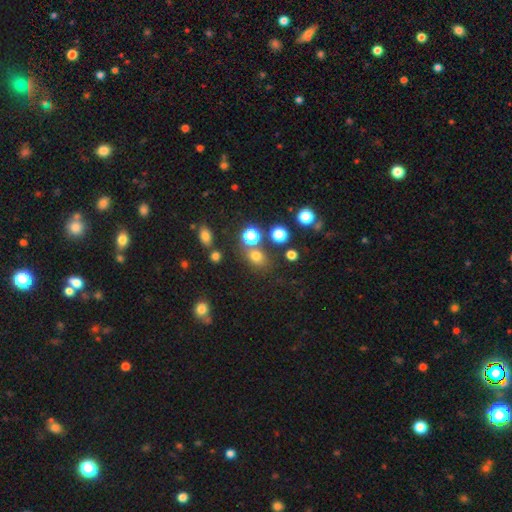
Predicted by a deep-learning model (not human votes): Smooth or featured? smooth (71%)
How rounded? round (61%)
Merging? none (68%)